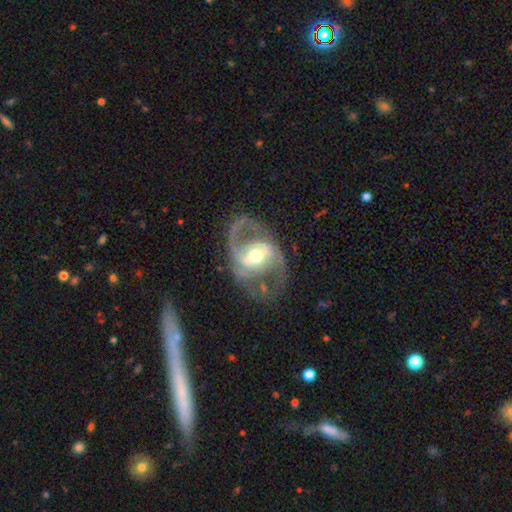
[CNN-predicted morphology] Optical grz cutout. It shows a featured or disk galaxy (87%) with a strong bar (39%), 2 (89%) medium (55%) spiral arms (88%) and a moderate central bulge (64%). Merging: none (71%).